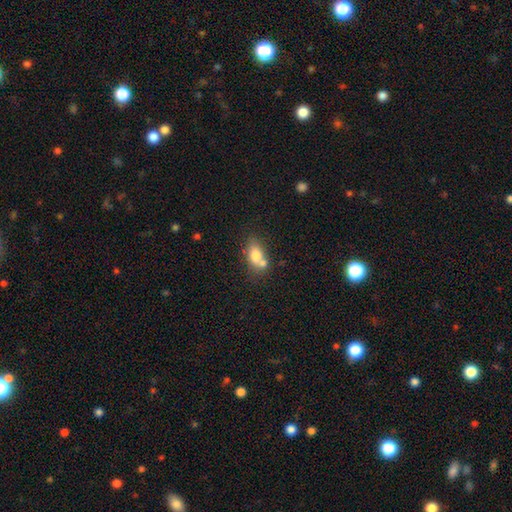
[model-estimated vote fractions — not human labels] Smooth or featured: smooth — 74% (featured or disk — 17%)
How rounded: in between — 78% (round — 19%)
Merging: merger — 41% (none — 40%)